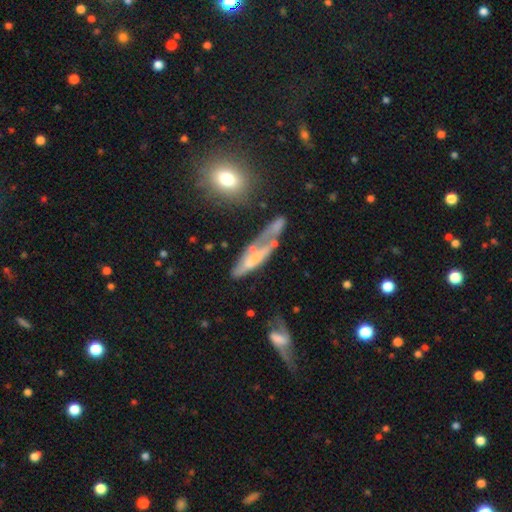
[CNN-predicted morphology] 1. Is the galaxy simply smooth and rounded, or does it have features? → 49% featured or disk, 42% smooth, 9% star or artifact.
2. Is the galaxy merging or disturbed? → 29% none, 28% major disturbance, 23% minor disturbance, 20% merger.